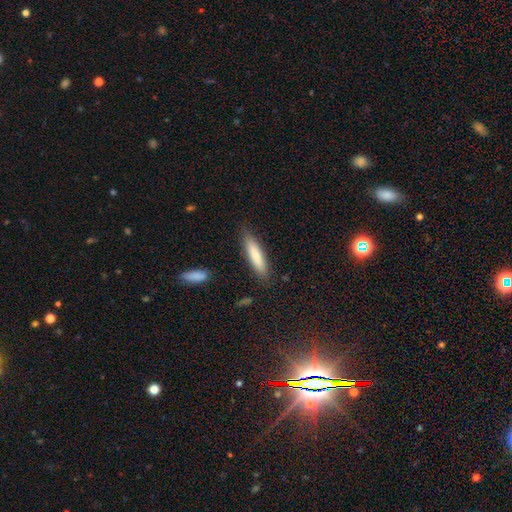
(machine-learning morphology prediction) Smooth or featured?
  - smooth: 79% *
  - featured or disk: 15%
  - star or artifact: 6%
How rounded?
  - cigar-shaped: 77% *
  - in between: 21%
  - round: 1%
Merging?
  - none: 85% *
  - minor disturbance: 11%
  - major disturbance: 2%
  - merger: 2%